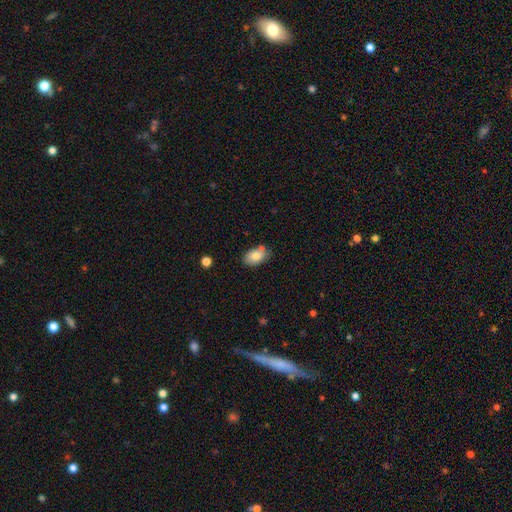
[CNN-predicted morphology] type=smooth (80%); roundness=in between (90%); merging=none (70%).